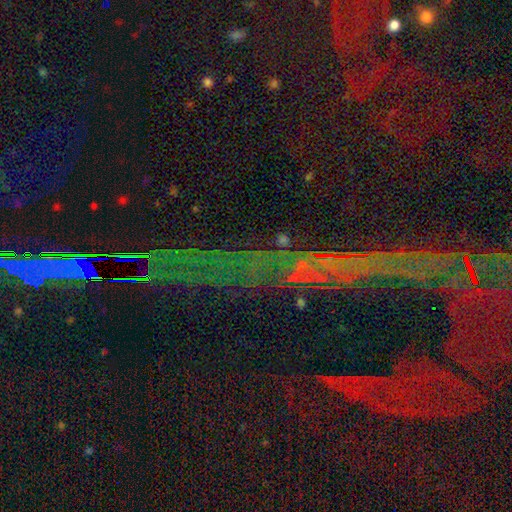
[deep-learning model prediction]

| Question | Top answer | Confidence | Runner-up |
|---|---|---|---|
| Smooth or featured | star or artifact | 83% | featured or disk (9%) |